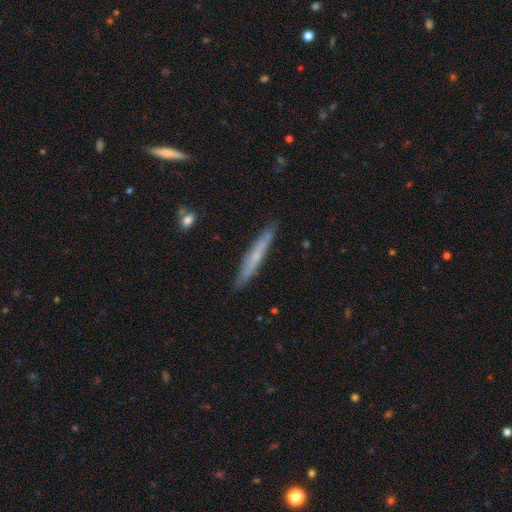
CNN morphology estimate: smooth_or_featured: smooth (p=0.51) [alt: featured or disk p=0.43]
how_rounded: cigar-shaped (p=0.95) [alt: in between p=0.03]
merging: none (p=0.87) [alt: minor disturbance p=0.10]